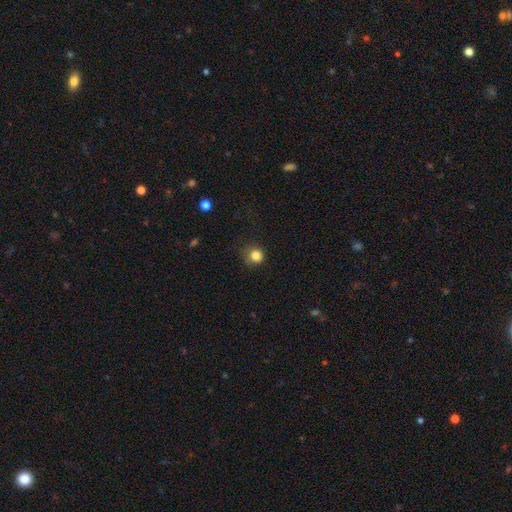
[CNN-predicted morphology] A smooth galaxy with no disk features (83%) that is round (88%).

Vote fractions:
- Smooth or featured? smooth: 83% / star or artifact: 12% / featured or disk: 5%
- How rounded? round: 88% / in between: 11% / cigar-shaped: 1%
- Merging? none: 73% / minor disturbance: 20% / major disturbance: 6% / merger: 1%